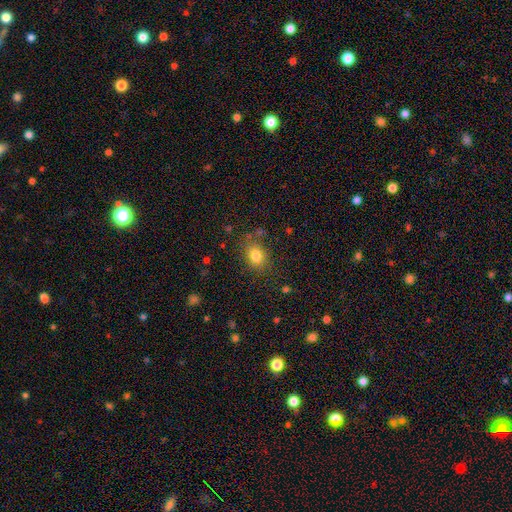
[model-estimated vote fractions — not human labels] Smooth or featured? Predicted: smooth (p=0.81). How rounded? Predicted: in between (p=0.57). Merging? Predicted: none (p=0.77).